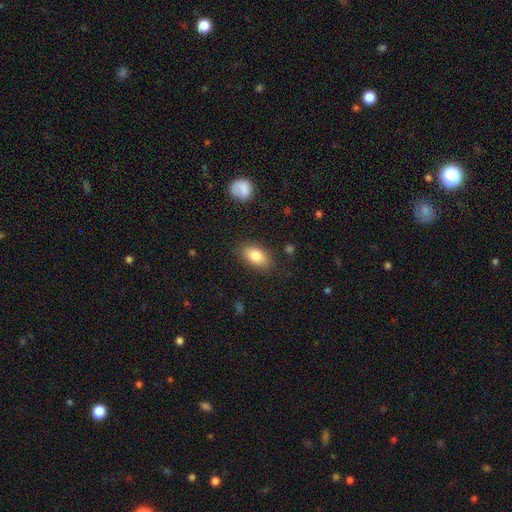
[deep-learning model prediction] Smooth or featured? Predicted: smooth (p=0.82). How rounded? Predicted: in between (p=0.90). Merging? Predicted: none (p=0.85).